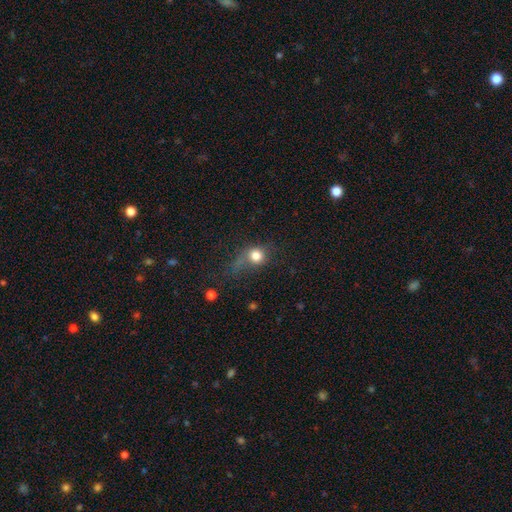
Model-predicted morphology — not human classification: Smooth or featured?
  - smooth: 77% *
  - star or artifact: 13%
  - featured or disk: 10%
How rounded?
  - round: 79% *
  - in between: 20%
  - cigar-shaped: 2%
Merging?
  - none: 44% *
  - minor disturbance: 26%
  - major disturbance: 25%
  - merger: 5%